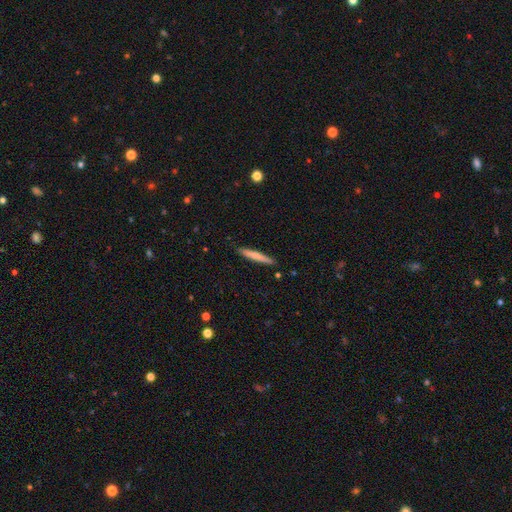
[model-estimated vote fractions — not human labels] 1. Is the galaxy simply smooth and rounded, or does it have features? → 70% smooth, 25% featured or disk, 5% star or artifact.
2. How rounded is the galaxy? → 96% cigar-shaped, 3% in between, 1% round.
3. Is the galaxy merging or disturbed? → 90% none, 8% minor disturbance, 1% major disturbance, 1% merger.